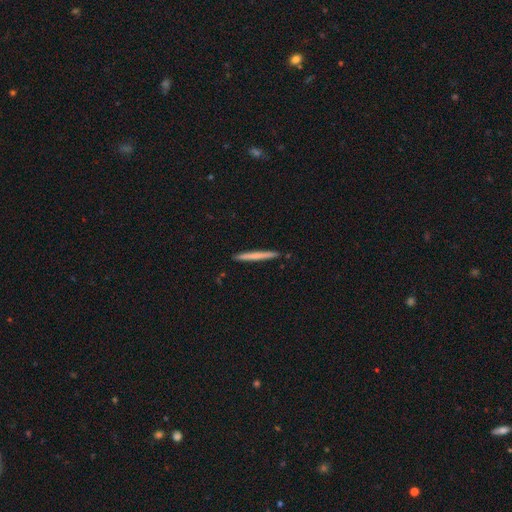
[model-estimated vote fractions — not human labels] A smooth galaxy with no disk features (64%) that is cigar-shaped (97%).

Vote fractions:
- Smooth or featured? smooth: 64% / featured or disk: 31% / star or artifact: 5%
- How rounded? cigar-shaped: 97% / in between: 2% / round: 1%
- Merging? none: 93% / minor disturbance: 5% / major disturbance: 1% / merger: 1%